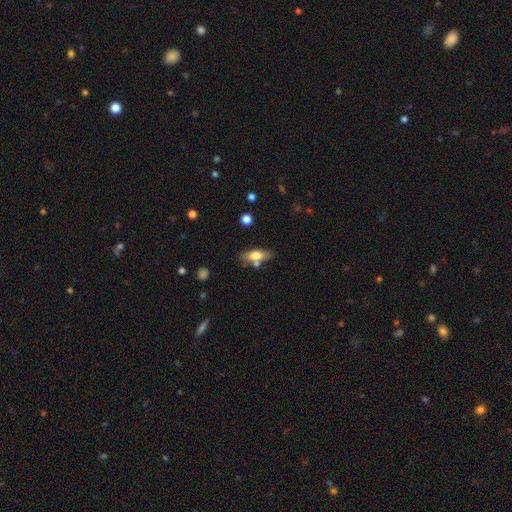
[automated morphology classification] This is likely a smooth galaxy (67%). How rounded: likely in between (67%). Merging: likely none (68%).